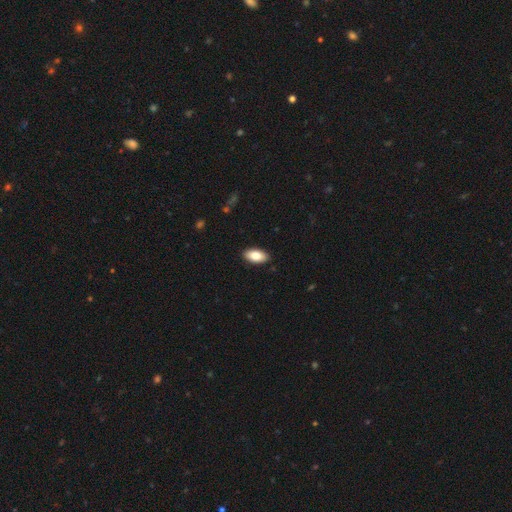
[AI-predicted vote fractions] Morphology: type=smooth (85%); roundness=in between (93%); merging=none (90%).